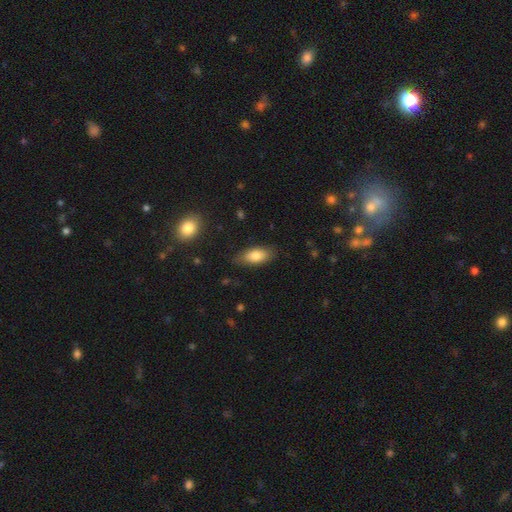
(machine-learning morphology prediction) Overall: smooth (79%). How rounded: in between (87%). Merging: none (80%).